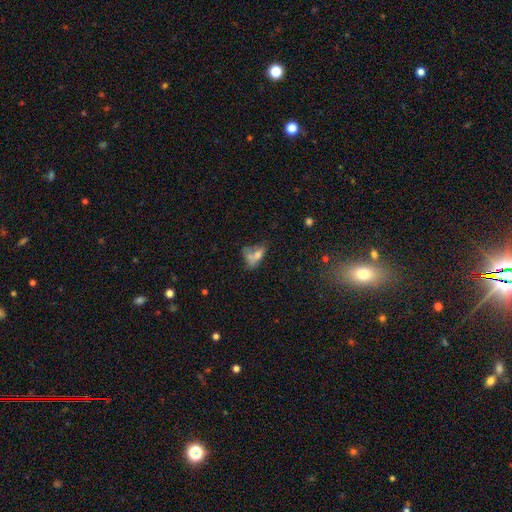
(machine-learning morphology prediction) type=smooth (61%); roundness=in between (75%); merging=merger (42%).